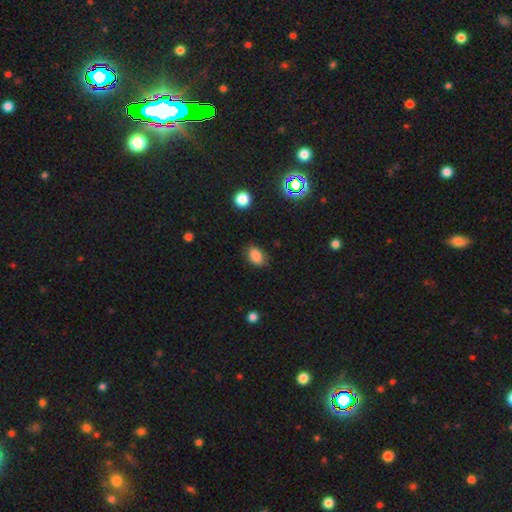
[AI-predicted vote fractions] Morphology: type=smooth (84%); roundness=in between (80%); merging=none (80%).